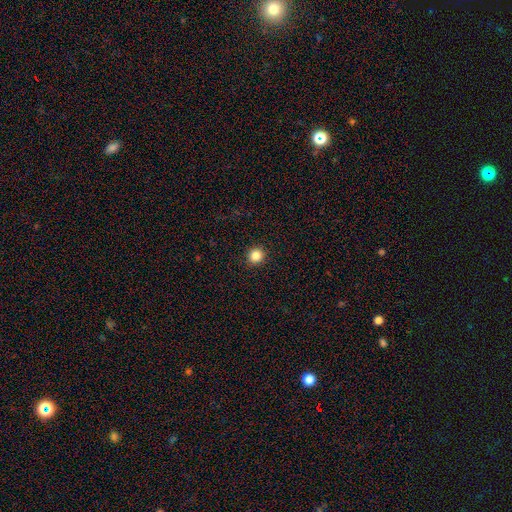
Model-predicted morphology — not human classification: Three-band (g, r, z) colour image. It shows a smooth galaxy with no disk features (85%) that is round (92%). Merging: none (93%).